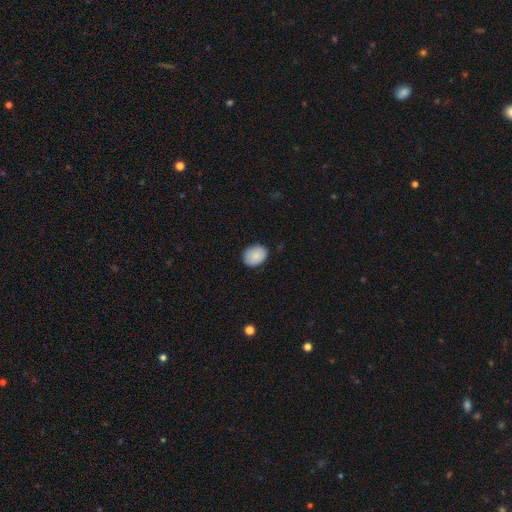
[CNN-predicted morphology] smooth 86%, star or artifact 7%, featured or disk 7%. Down the decision tree: how rounded — in between (63%); merging — none (84%).